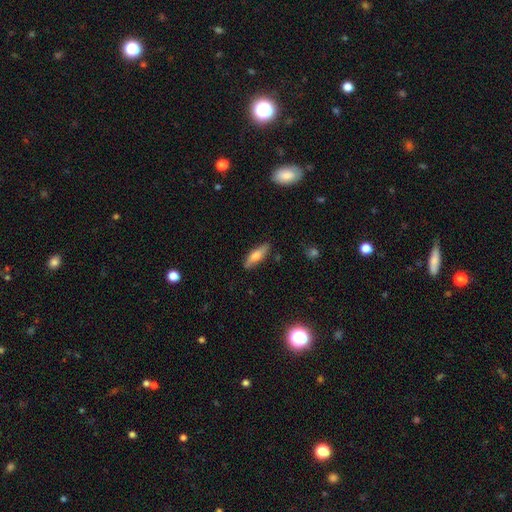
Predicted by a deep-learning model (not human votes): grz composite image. It shows a smooth galaxy with no disk features (69%) that is cigar-shaped (54%). Merging: none (83%).